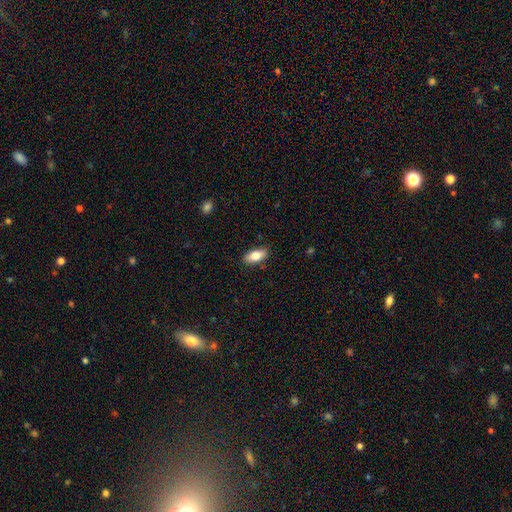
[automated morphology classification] Overall: smooth (81%). How rounded: in between (89%). Merging: none (88%).